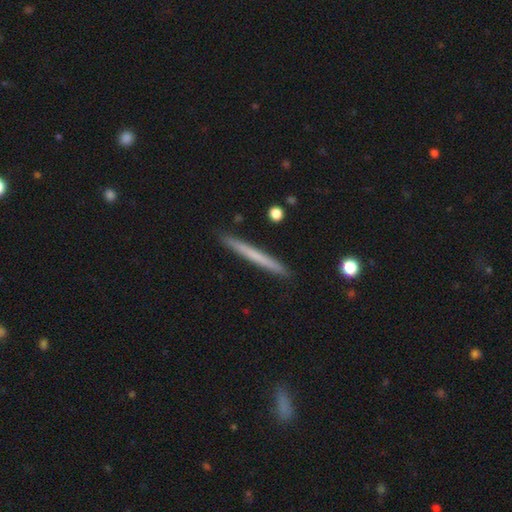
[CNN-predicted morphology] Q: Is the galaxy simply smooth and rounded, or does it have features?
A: smooth — 59%.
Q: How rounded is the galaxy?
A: cigar-shaped — 97%.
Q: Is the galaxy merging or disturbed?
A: none — 91%.